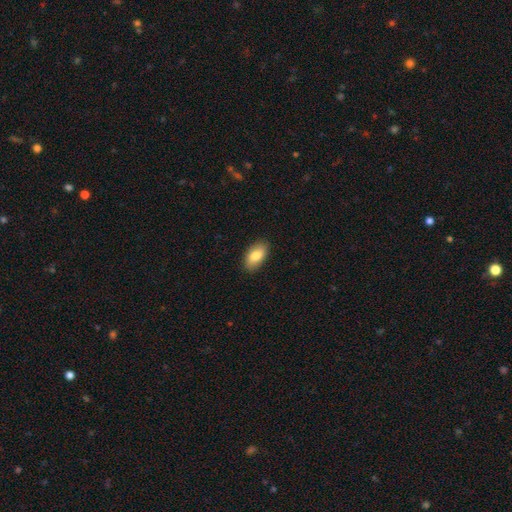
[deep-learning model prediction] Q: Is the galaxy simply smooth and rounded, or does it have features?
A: smooth — 83%.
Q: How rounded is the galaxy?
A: in between — 94%.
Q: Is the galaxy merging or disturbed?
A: none — 88%.